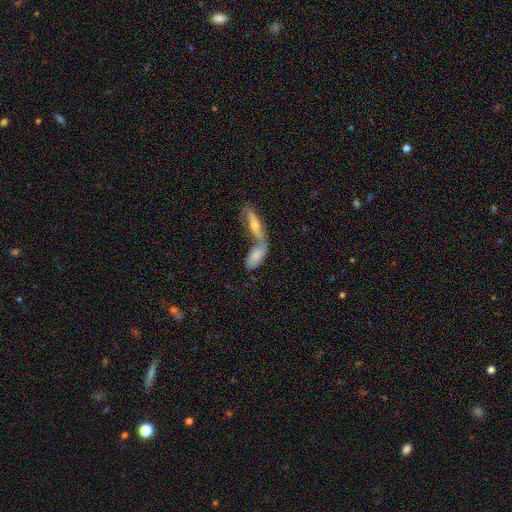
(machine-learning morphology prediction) This appears to be a smooth galaxy with no disk features (67%) that is in between round and cigar-shaped (78%). Merging: merger (57%).